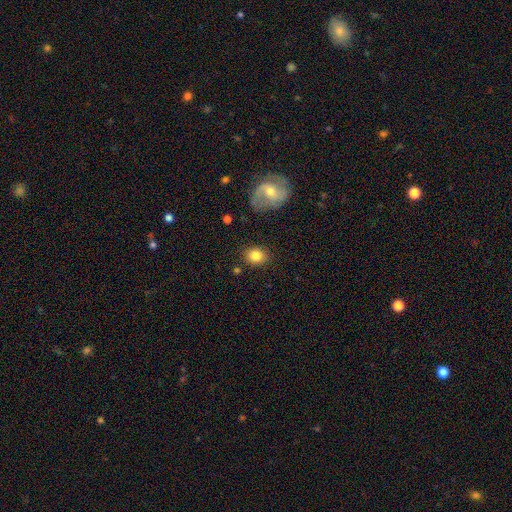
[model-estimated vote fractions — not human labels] Smooth or featured: smooth — 81% (featured or disk — 10%)
How rounded: round — 58% (in between — 40%)
Merging: none — 83% (minor disturbance — 11%)